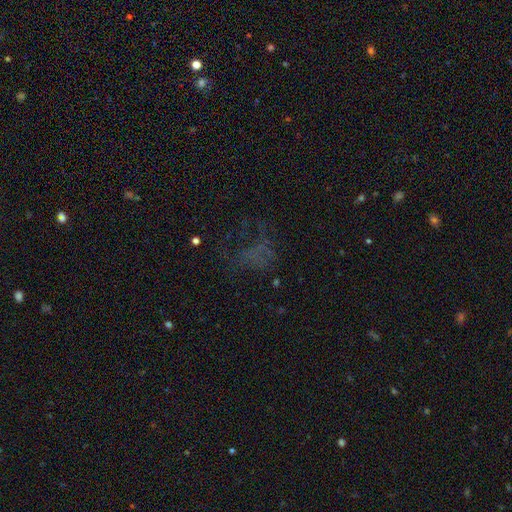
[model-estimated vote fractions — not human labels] star or artifact 41%, smooth 32%, featured or disk 27%.